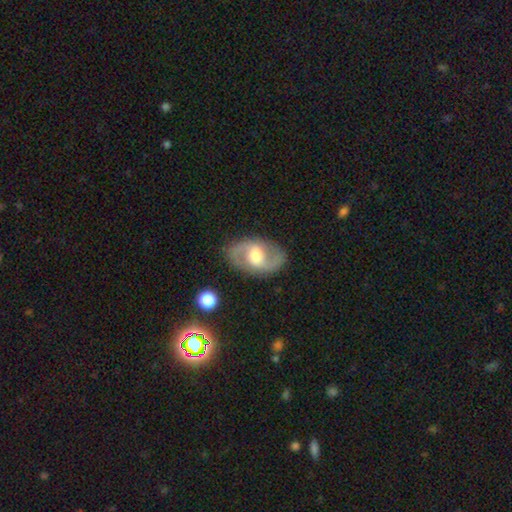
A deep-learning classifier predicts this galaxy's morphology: featured or disk 78%, smooth 16%, star or artifact 5%. Down the decision tree: edge-on disk — no (96%); bar — weak (50%); spiral arms — yes (88%); spiral arm count — 2 (92%); spiral winding — medium (52%); bulge size — moderate (61%); merging — none (85%).